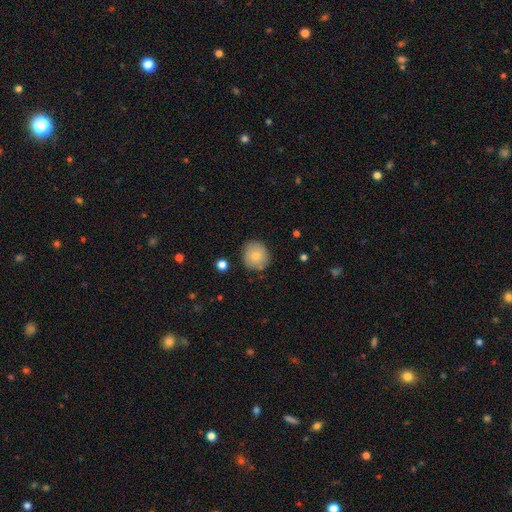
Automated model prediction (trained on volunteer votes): A smooth galaxy with no disk features (80%) that is round (90%).

Vote fractions:
- Smooth or featured? smooth: 80% / featured or disk: 12% / star or artifact: 8%
- How rounded? round: 90% / in between: 9% / cigar-shaped: 1%
- Merging? none: 85% / minor disturbance: 10% / major disturbance: 2% / merger: 2%